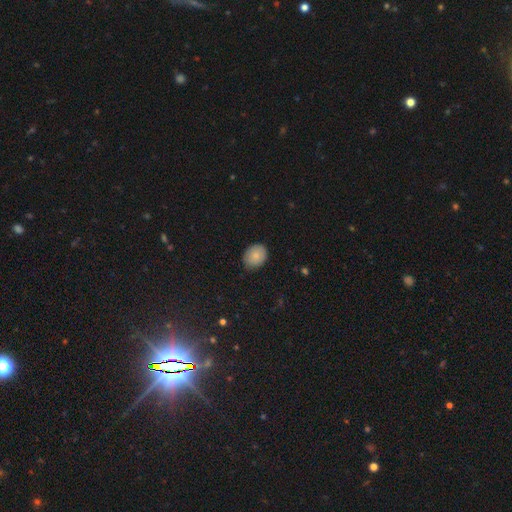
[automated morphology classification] This is clearly a smooth galaxy (84%). How rounded: possibly in between (55%). Merging: clearly none (86%).